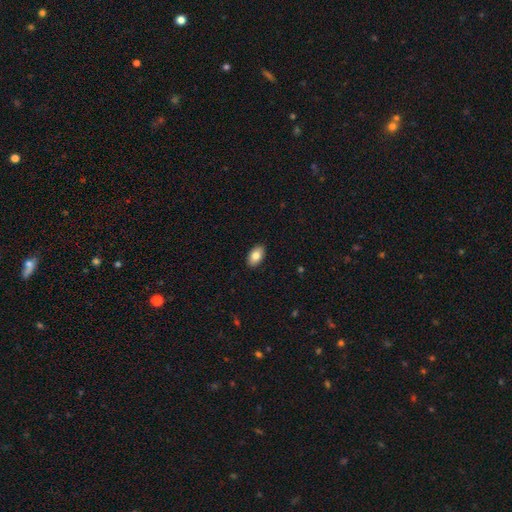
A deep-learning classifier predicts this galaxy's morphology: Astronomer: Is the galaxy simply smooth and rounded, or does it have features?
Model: smooth — 83%.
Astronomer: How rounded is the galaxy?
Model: in between — 93%.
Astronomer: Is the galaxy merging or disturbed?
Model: none — 90%.